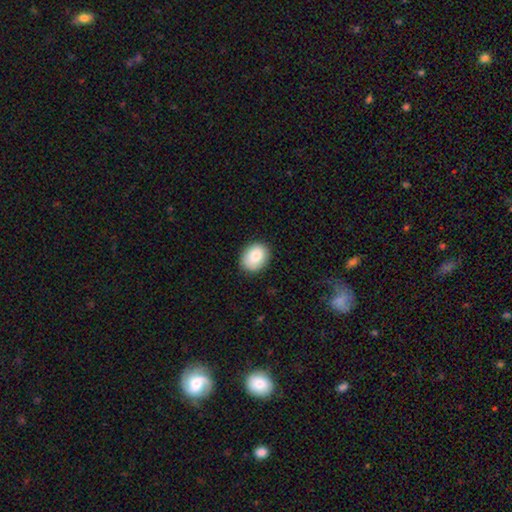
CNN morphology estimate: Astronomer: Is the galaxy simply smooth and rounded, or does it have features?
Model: smooth — 85%.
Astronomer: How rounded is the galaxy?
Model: in between — 50% (runner-up: round, 49%).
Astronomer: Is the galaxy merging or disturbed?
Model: none — 86%.